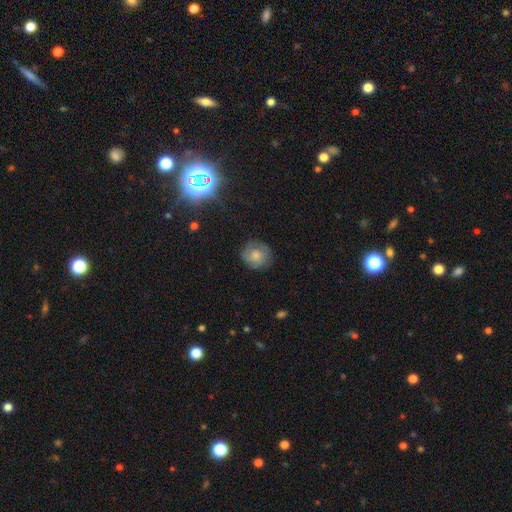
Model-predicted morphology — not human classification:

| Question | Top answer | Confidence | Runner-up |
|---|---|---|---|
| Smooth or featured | smooth | 67% | featured or disk (23%) |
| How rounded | round | 86% | in between (13%) |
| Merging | none | 77% | minor disturbance (17%) |